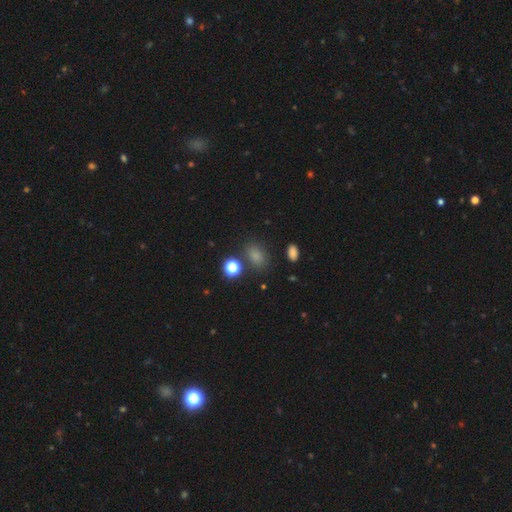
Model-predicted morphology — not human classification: Smooth or featured: smooth — 77% (star or artifact — 17%)
How rounded: in between — 69% (round — 29%)
Merging: none — 77% (minor disturbance — 12%)